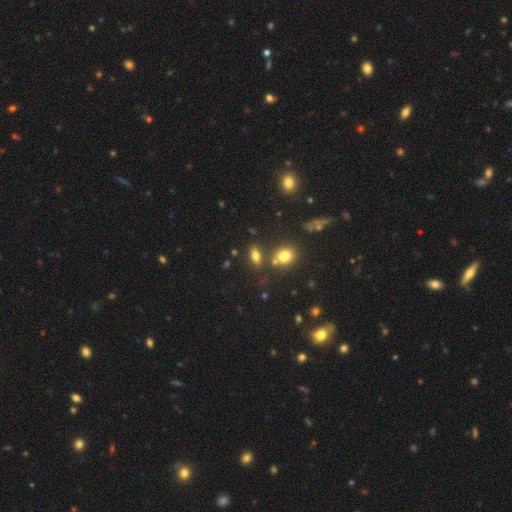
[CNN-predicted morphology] Smooth or featured? smooth (70%)
How rounded? in between (77%)
Merging? none (70%)